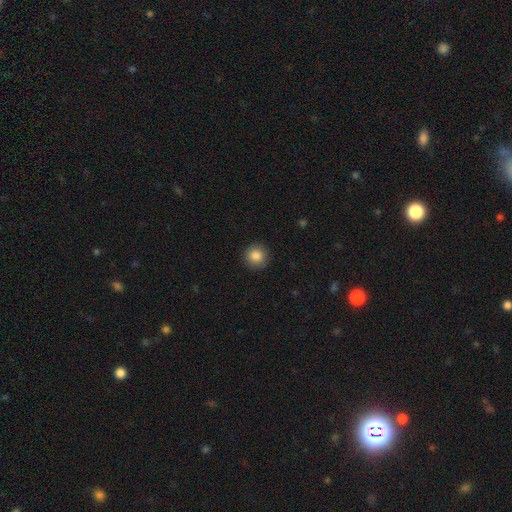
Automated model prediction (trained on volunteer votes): Smooth or featured?
  - smooth: 86% *
  - star or artifact: 9%
  - featured or disk: 5%
How rounded?
  - round: 94% *
  - in between: 5%
  - cigar-shaped: 1%
Merging?
  - none: 90% *
  - minor disturbance: 7%
  - major disturbance: 2%
  - merger: 1%